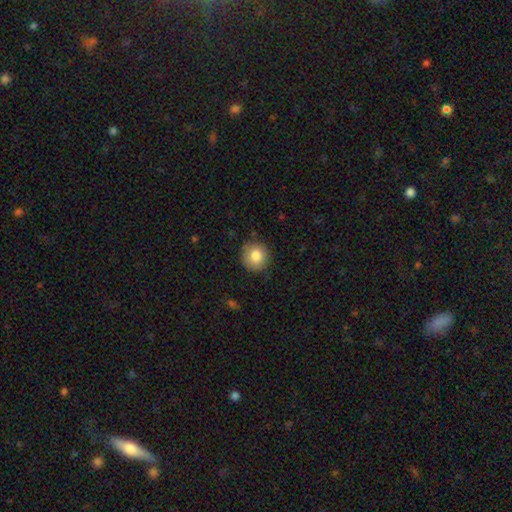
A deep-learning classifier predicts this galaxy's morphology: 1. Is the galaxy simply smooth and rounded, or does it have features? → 82% smooth, 9% featured or disk, 8% star or artifact.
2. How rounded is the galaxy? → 91% round, 8% in between, 1% cigar-shaped.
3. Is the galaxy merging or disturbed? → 86% none, 10% minor disturbance, 2% major disturbance, 1% merger.